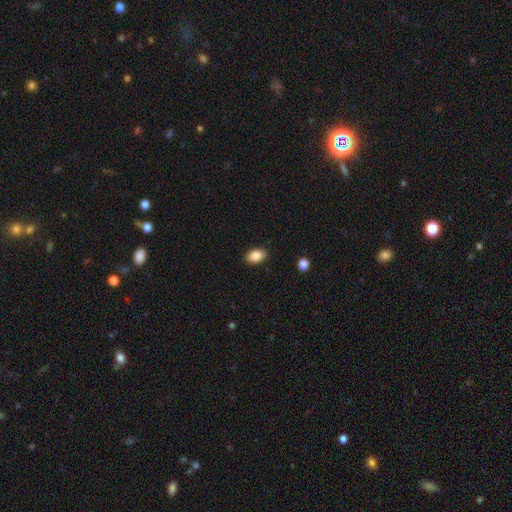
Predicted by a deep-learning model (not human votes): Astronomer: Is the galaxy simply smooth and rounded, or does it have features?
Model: smooth — 85%.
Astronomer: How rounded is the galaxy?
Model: in between — 88%.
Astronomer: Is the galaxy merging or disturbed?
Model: none — 88%.